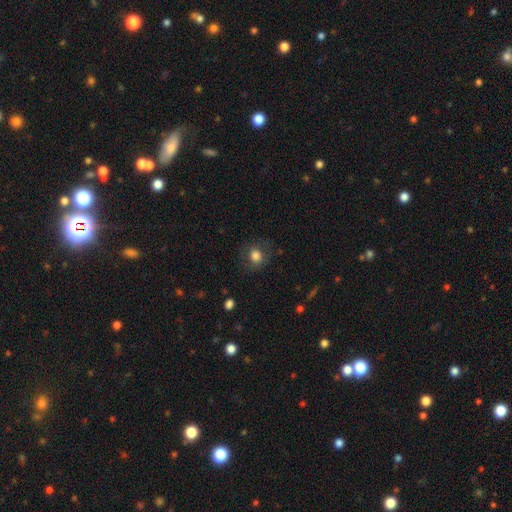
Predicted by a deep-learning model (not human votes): The model was most divided on "how rounded": round: 74%, in between: 25%, cigar-shaped: 1%. More confident: smooth or featured — smooth (78%); merging — none (77%).